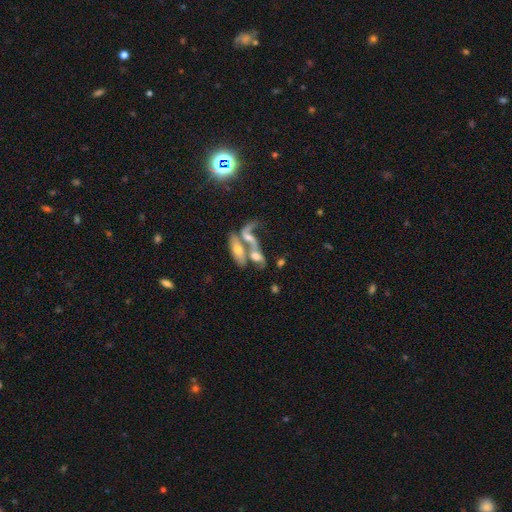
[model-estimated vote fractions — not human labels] A featured or disk galaxy (54%). Merging: merger (67%).